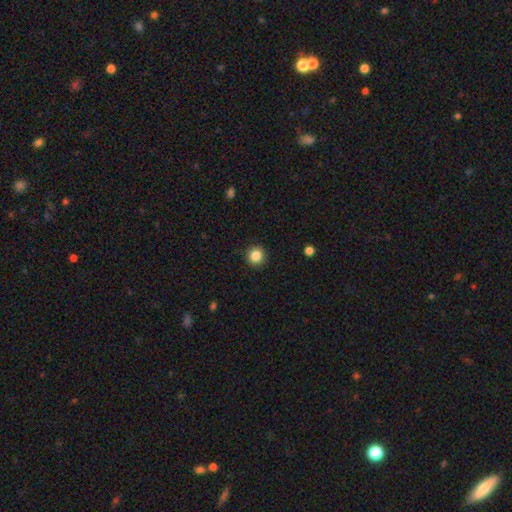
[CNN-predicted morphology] Smooth or featured? smooth (85%)
How rounded? round (92%)
Merging? none (92%)